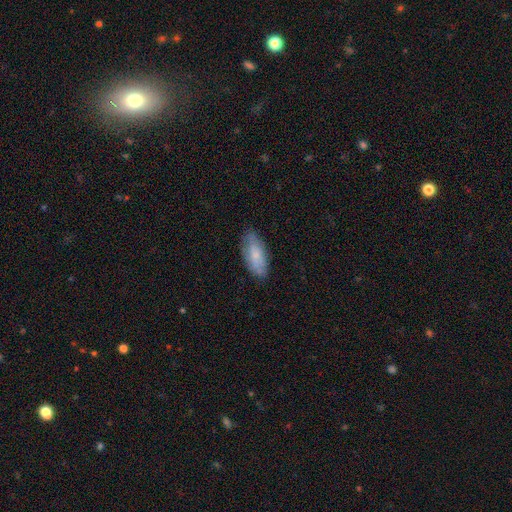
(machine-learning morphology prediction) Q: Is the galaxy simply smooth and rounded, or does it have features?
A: smooth — 71%.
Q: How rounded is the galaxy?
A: in between — 84%.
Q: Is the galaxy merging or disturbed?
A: none — 78%.